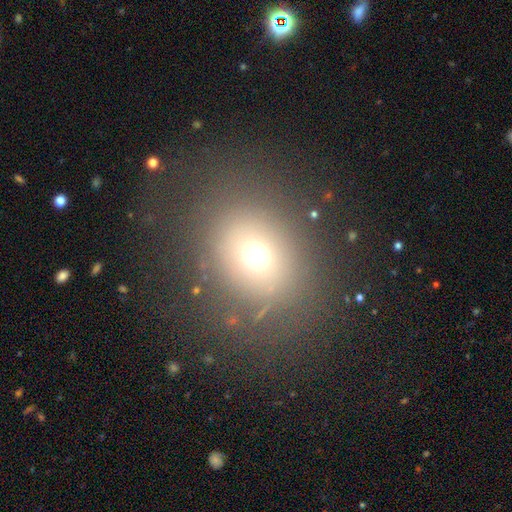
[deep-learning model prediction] The model was most divided on "how rounded": round: 62%, in between: 37%, cigar-shaped: 1%. More confident: merging — none (79%); smooth or featured — smooth (65%).